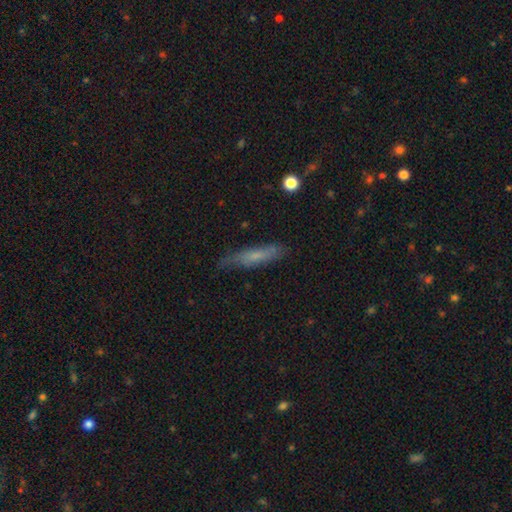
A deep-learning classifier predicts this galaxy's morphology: smooth 58%, featured or disk 35%, star or artifact 8%. Down the decision tree: how rounded — cigar-shaped (82%); merging — none (72%).